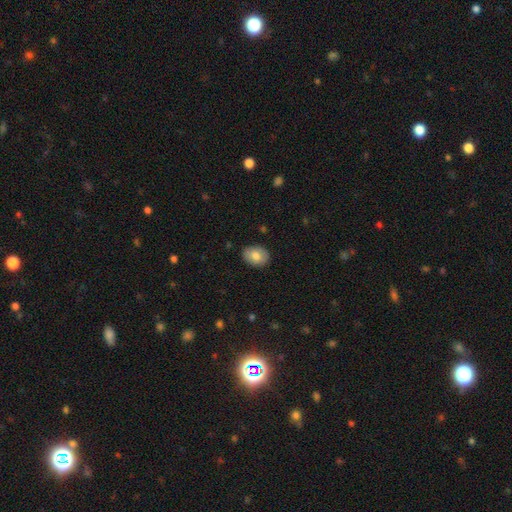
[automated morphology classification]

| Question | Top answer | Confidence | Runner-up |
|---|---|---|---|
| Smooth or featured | smooth | 79% | featured or disk (14%) |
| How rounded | in between | 70% | round (29%) |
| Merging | none | 86% | minor disturbance (11%) |